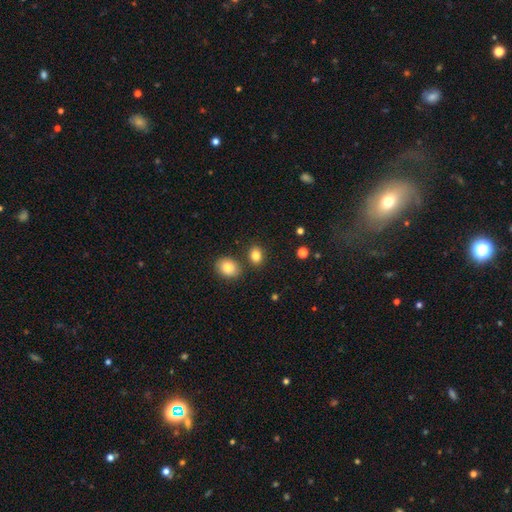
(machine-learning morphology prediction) A smooth galaxy with no disk features (84%) that is in between round and cigar-shaped (61%). Merging: none (76%).